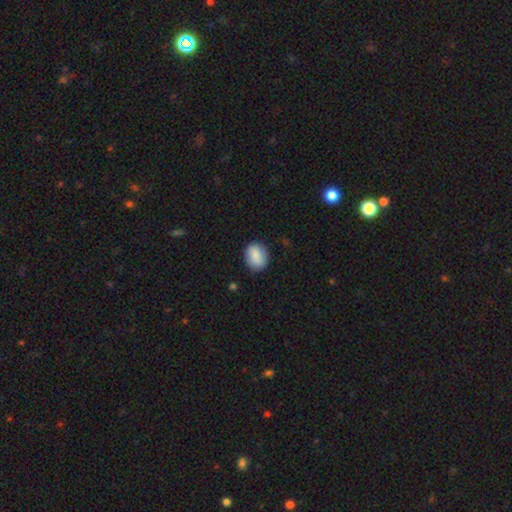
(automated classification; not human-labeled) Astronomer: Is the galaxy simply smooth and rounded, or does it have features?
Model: smooth — 82%.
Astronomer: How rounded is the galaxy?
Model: round — 51% (runner-up: in between, 48%).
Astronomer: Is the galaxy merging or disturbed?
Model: none — 84%.